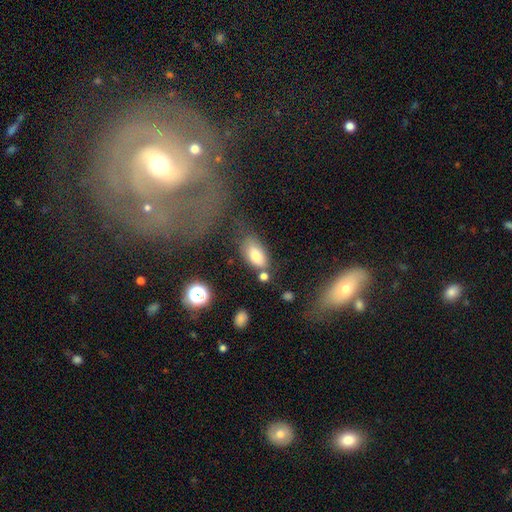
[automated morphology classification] type=smooth (76%); roundness=in between (91%); merging=none (60%).